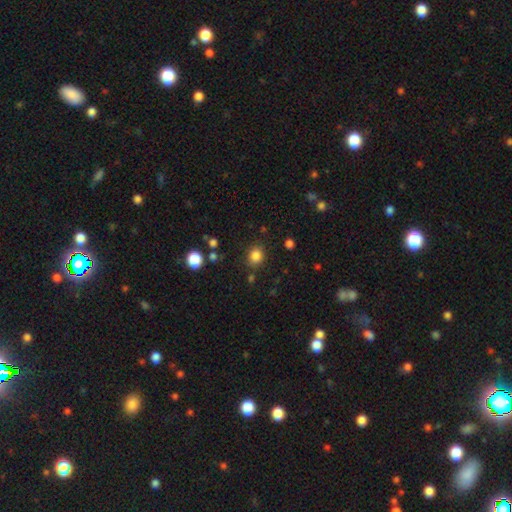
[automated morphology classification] type=smooth (83%); roundness=round (68%); merging=none (82%).